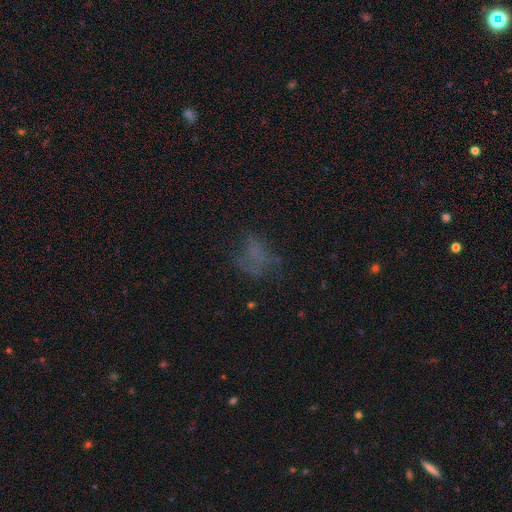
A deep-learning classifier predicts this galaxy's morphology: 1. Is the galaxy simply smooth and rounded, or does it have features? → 43% smooth, 30% featured or disk, 27% star or artifact.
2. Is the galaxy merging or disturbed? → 47% none, 30% major disturbance, 20% minor disturbance, 3% merger.